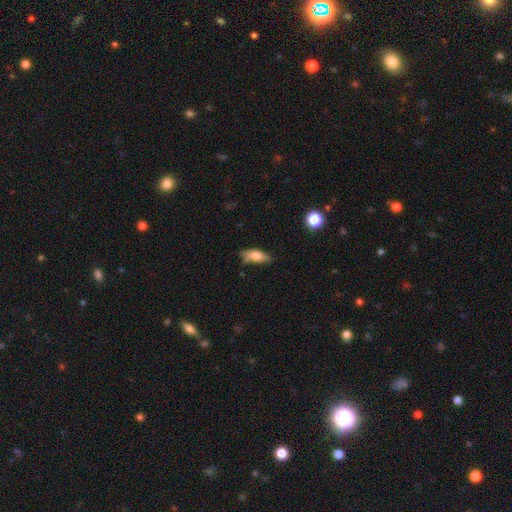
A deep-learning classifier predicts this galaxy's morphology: Overall: smooth (73%). How rounded: in between (73%). Merging: none (60%; minor disturbance 29%).